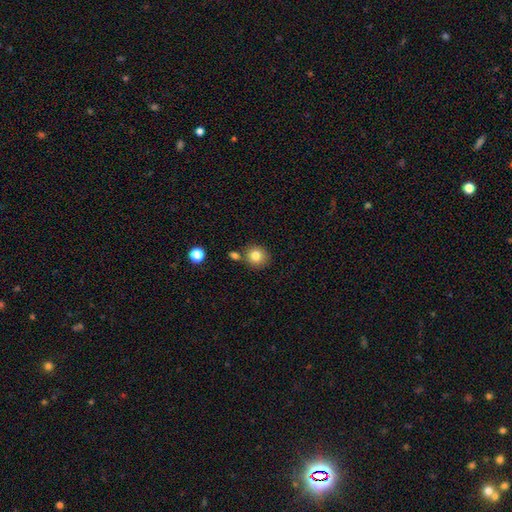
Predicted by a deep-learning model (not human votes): A smooth galaxy with no disk features (82%) that is round (84%).

Vote fractions:
- Smooth or featured? smooth: 82% / star or artifact: 10% / featured or disk: 8%
- How rounded? round: 84% / in between: 15% / cigar-shaped: 1%
- Merging? none: 73% / merger: 13% / minor disturbance: 11% / major disturbance: 3%